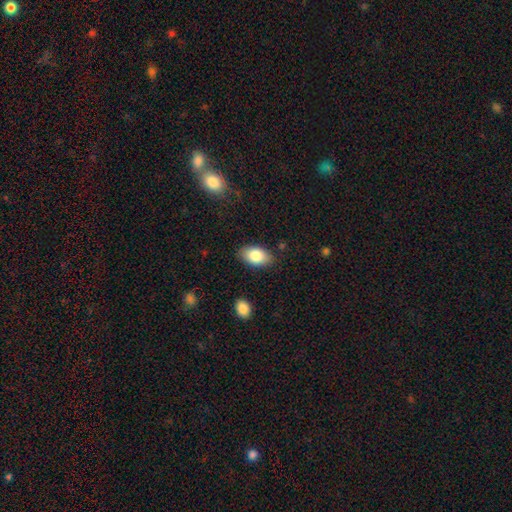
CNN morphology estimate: A smooth galaxy with no disk features (85%) that is in between round and cigar-shaped (93%). Merging: none (84%).